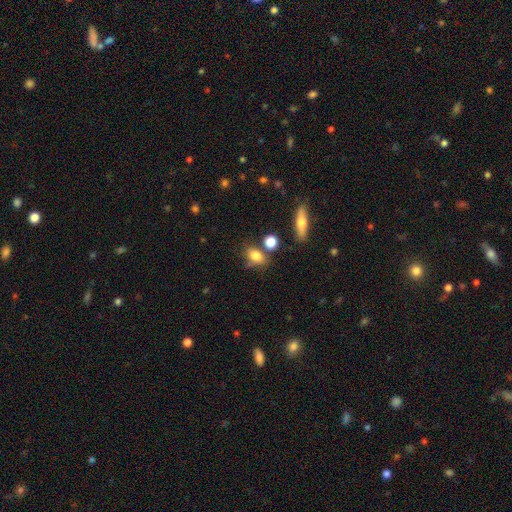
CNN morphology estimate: A smooth galaxy with no disk features (81%) that is in between round and cigar-shaped (72%). Merging: none (63%).